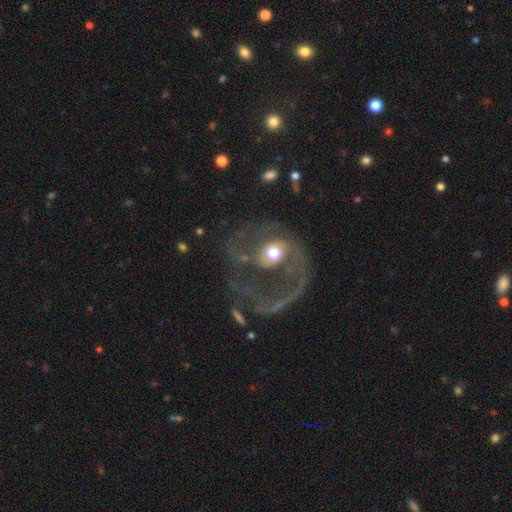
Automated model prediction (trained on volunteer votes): This is likely a featured or disk galaxy (78%). It is clearly not viewed edge-on (98%). Bar: likely no (62%). Spiral arm pattern: likely yes (77%). Spiral arm count: possibly 1 (54%). Spiral winding: marginally medium (42%). Central bulge: likely moderate (60%). Merging: possibly major disturbance (48%).